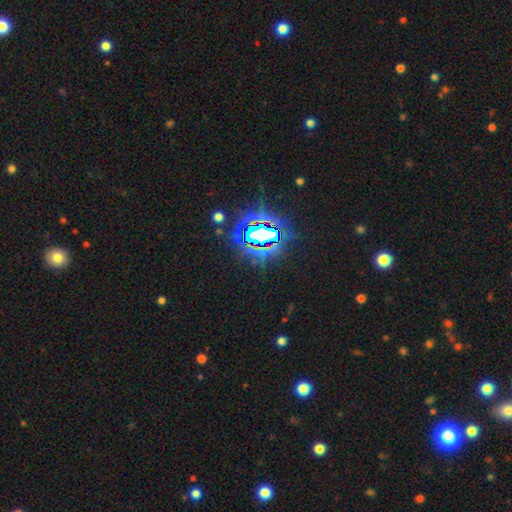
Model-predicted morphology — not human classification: smooth_or_featured: star or artifact (p=0.85) [alt: smooth p=0.09]